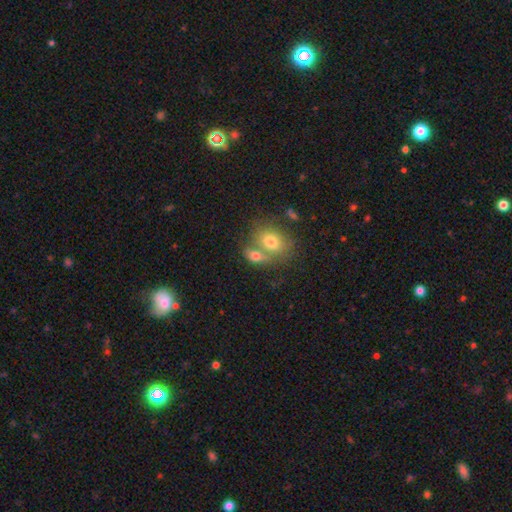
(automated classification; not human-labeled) Morphology: type=smooth (72%); roundness=in between (74%); merging=merger (55%).